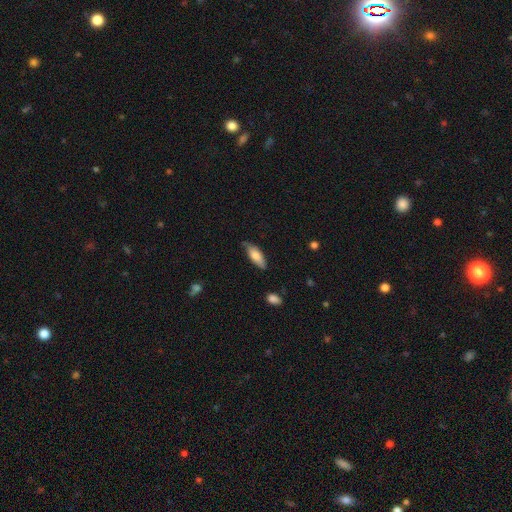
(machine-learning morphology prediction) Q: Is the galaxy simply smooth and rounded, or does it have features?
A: smooth — 74%.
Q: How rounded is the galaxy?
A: in between — 65%.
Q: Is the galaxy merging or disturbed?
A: none — 66%.